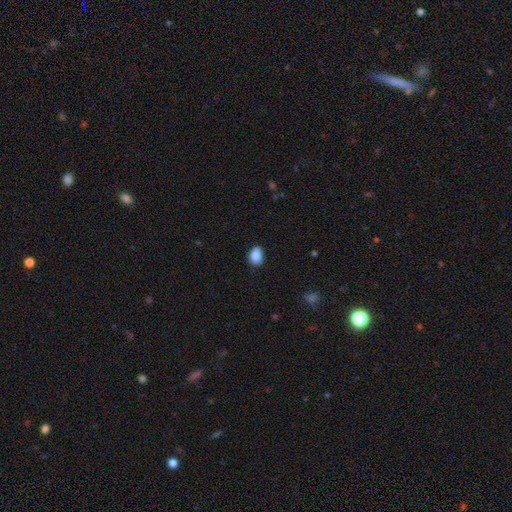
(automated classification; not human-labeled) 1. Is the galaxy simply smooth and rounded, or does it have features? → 85% smooth, 9% star or artifact, 6% featured or disk.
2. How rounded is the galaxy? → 71% in between, 28% round, 1% cigar-shaped.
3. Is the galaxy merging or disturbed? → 76% none, 20% minor disturbance, 3% major disturbance, 1% merger.